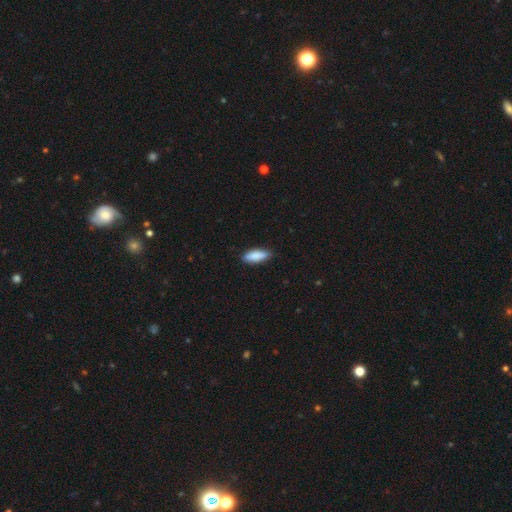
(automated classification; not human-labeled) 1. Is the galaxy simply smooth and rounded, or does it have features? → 84% smooth, 10% featured or disk, 6% star or artifact.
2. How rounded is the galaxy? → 62% in between, 36% cigar-shaped, 2% round.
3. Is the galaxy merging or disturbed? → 85% none, 12% minor disturbance, 2% major disturbance, 1% merger.